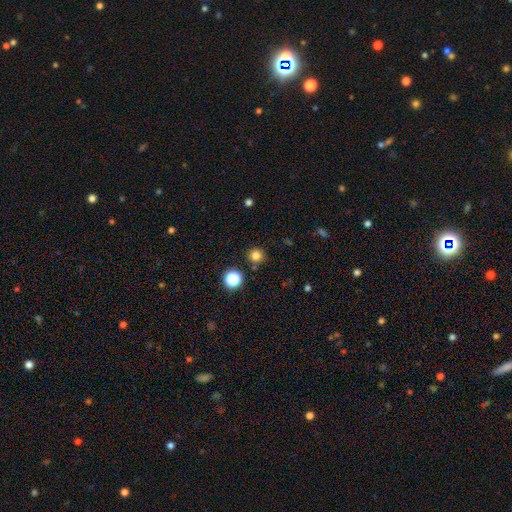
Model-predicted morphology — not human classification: This appears to be a smooth galaxy with no disk features (80%) that is round (92%). Merging: none (86%).